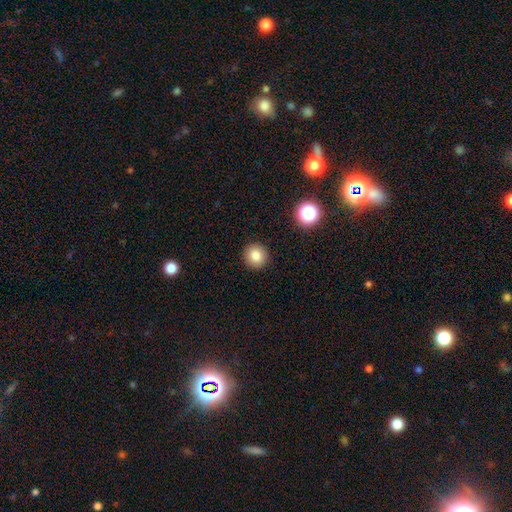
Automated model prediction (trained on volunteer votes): Smooth or featured?
  - smooth: 83% *
  - star or artifact: 11%
  - featured or disk: 6%
How rounded?
  - round: 94% *
  - in between: 5%
  - cigar-shaped: 1%
Merging?
  - none: 92% *
  - minor disturbance: 5%
  - major disturbance: 2%
  - merger: 1%